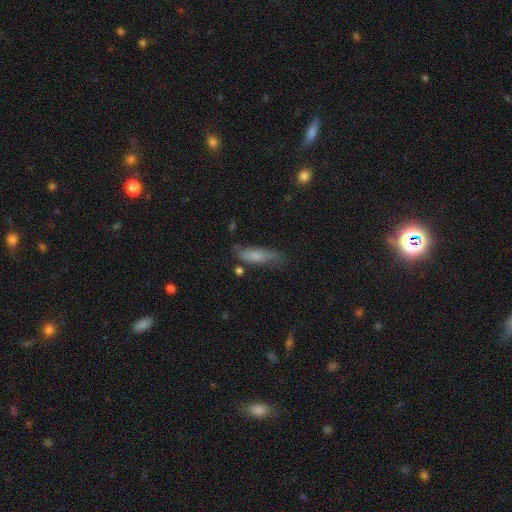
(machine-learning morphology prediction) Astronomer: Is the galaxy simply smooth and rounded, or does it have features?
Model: smooth — 65%.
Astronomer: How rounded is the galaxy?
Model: cigar-shaped — 52% (runner-up: in between, 45%).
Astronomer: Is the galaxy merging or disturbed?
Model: none — 55%.